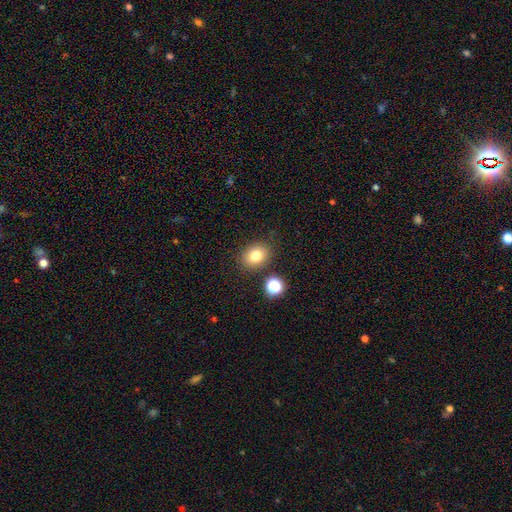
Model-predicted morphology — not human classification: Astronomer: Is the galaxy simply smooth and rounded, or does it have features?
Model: smooth — 79%.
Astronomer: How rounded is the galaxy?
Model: in between — 52% (runner-up: round, 47%).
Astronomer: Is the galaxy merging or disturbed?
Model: none — 83%.